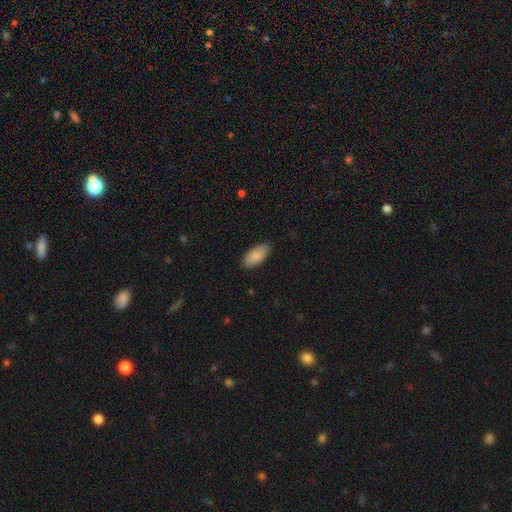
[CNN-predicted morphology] Q: Smooth or featured?
A: smooth (88%); runner-up: featured or disk (7%)
Q: How rounded?
A: in between (92%); runner-up: cigar-shaped (6%)
Q: Merging?
A: none (86%); runner-up: minor disturbance (11%)